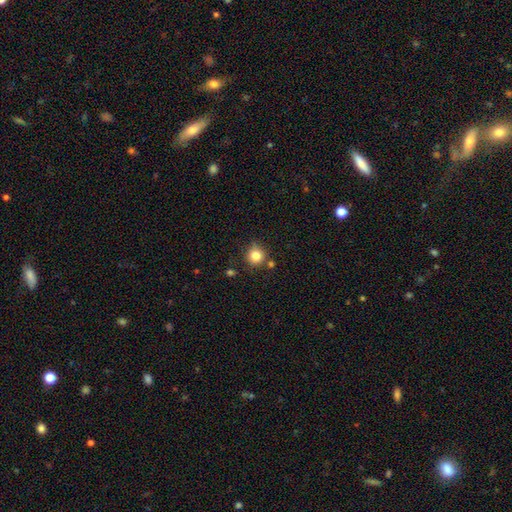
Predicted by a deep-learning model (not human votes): The model was most divided on "merging": none: 77%, minor disturbance: 12%, merger: 7%, major disturbance: 3%. More confident: how rounded — round (92%); smooth or featured — smooth (83%).